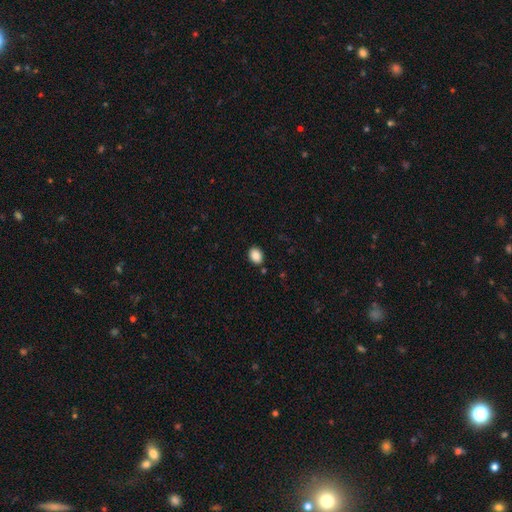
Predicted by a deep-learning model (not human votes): Smooth or featured?
  - smooth: 88% *
  - star or artifact: 9%
  - featured or disk: 3%
How rounded?
  - in between: 61% *
  - round: 38%
  - cigar-shaped: 1%
Merging?
  - none: 87% *
  - minor disturbance: 9%
  - merger: 3%
  - major disturbance: 2%